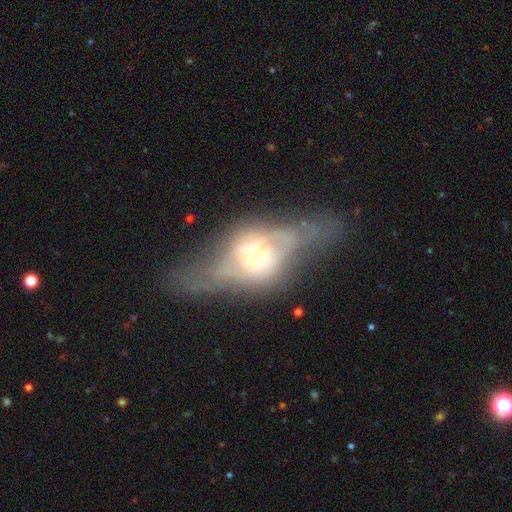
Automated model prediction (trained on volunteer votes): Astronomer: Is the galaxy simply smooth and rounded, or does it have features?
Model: featured or disk — 75%.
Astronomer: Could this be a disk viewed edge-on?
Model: yes — 53% (runner-up: no, 47%).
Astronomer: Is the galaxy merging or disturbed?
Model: none — 56%.